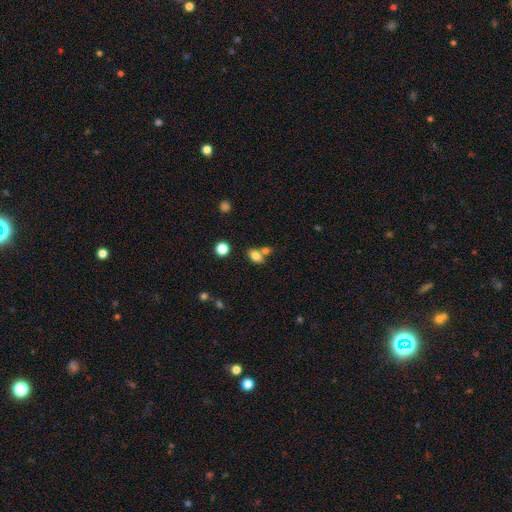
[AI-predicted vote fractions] A smooth galaxy with no disk features (80%) that is in between round and cigar-shaped (80%). Merging: none (53%).